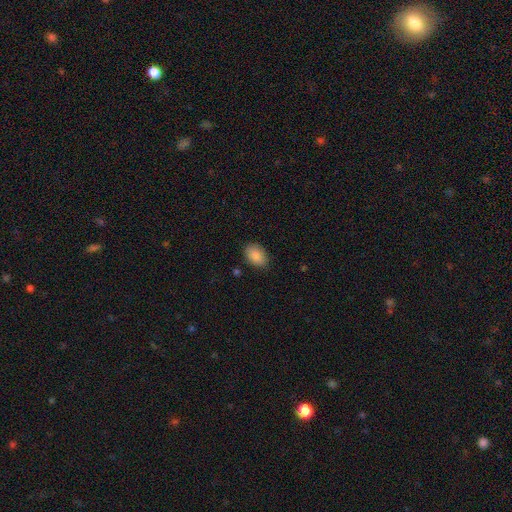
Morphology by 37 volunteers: type=smooth (92%); roundness=in between (88%); merging=none (76%).